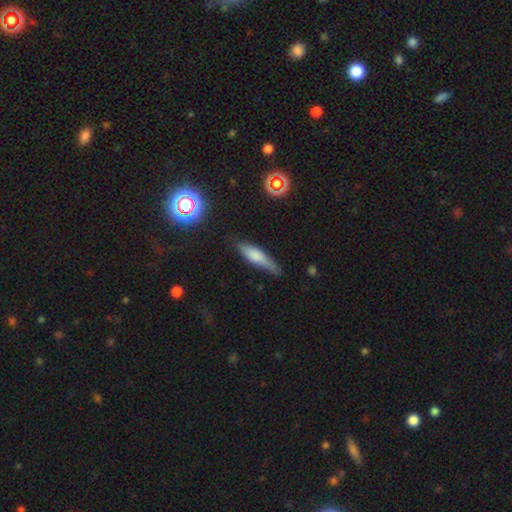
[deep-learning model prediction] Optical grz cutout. It shows a smooth galaxy with no disk features (67%) that is cigar-shaped (66%). Merging: none (69%).